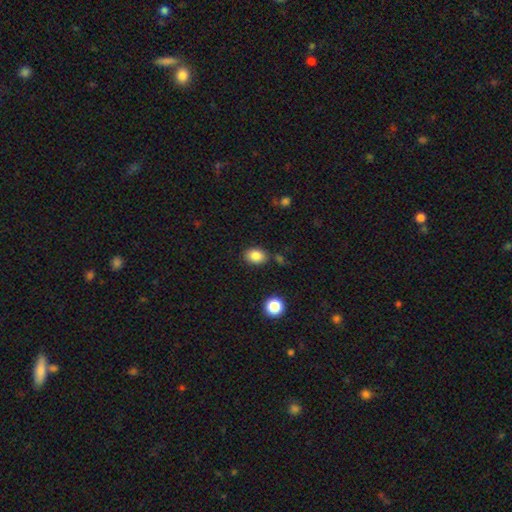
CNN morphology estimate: A smooth galaxy with no disk features (85%) that is in between round and cigar-shaped (66%).

Vote fractions:
- Smooth or featured? smooth: 85% / star or artifact: 10% / featured or disk: 5%
- How rounded? in between: 66% / round: 33% / cigar-shaped: 1%
- Merging? none: 81% / minor disturbance: 12% / merger: 4% / major disturbance: 3%